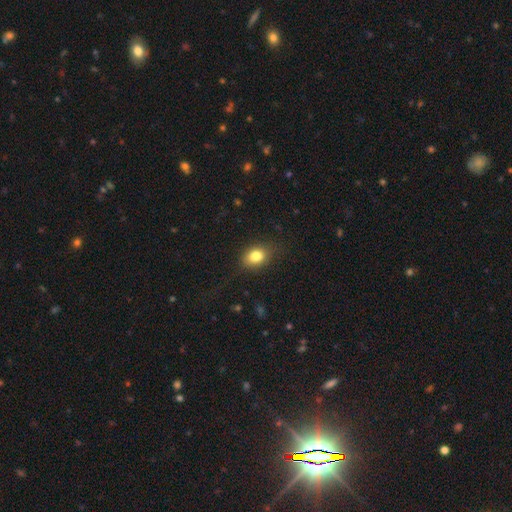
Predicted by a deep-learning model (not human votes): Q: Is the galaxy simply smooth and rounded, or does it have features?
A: smooth — 81%.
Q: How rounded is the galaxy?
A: in between — 67%.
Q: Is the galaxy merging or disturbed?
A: none — 77%.